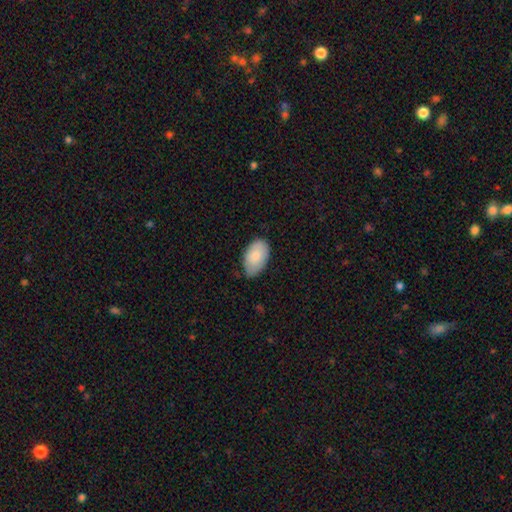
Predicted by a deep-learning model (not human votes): Smooth or featured? Predicted: smooth (p=0.83). How rounded? Predicted: in between (p=0.94). Merging? Predicted: none (p=0.68).